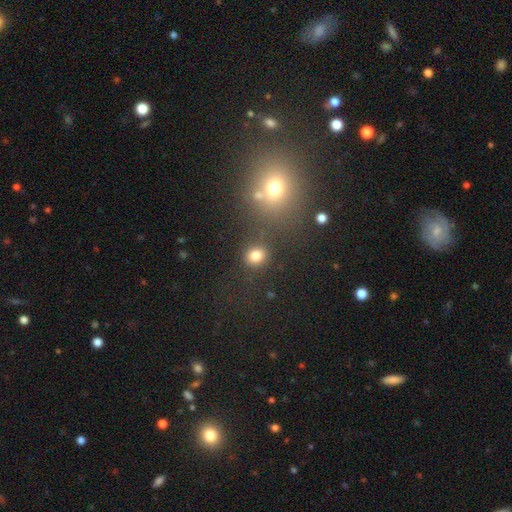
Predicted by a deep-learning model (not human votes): Smooth or featured? Predicted: smooth (p=0.80). How rounded? Predicted: round (p=0.72). Merging? Predicted: none (p=0.79).